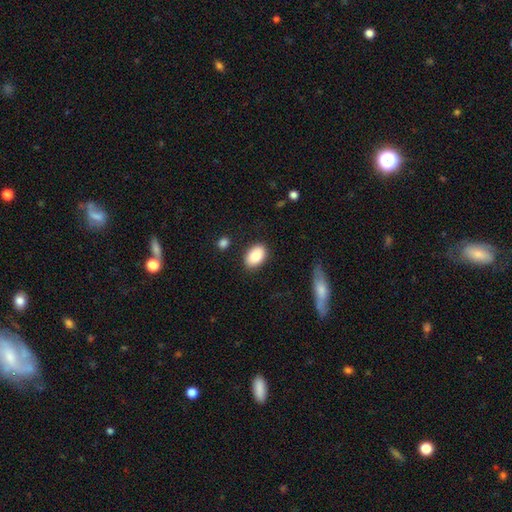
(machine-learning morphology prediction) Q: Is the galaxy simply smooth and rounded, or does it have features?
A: smooth — 87%.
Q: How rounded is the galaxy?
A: in between — 89%.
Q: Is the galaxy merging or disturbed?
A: none — 85%.